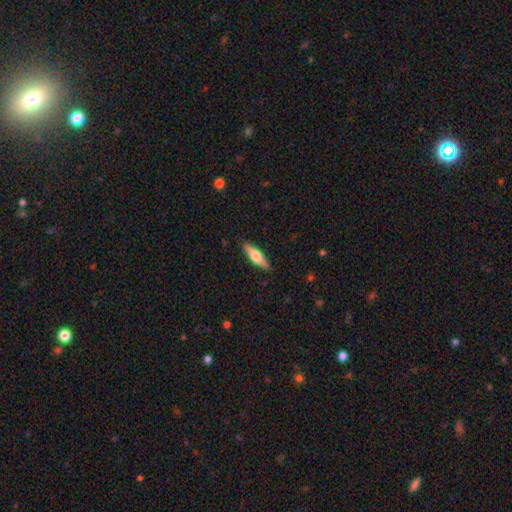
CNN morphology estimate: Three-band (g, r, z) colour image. It shows a smooth galaxy with no disk features (58%) that is cigar-shaped (59%). Merging: none (88%).